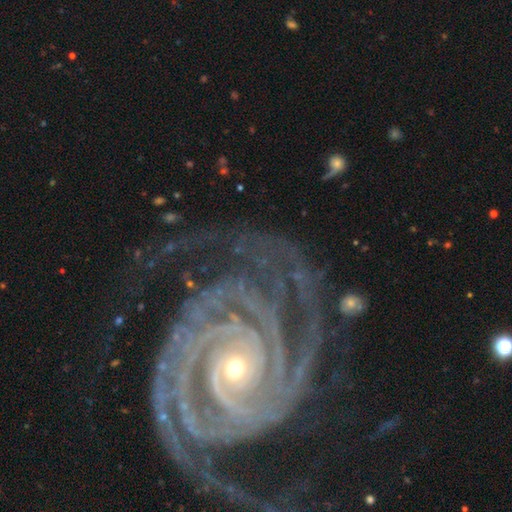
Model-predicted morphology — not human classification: Smooth or featured?
  - featured or disk: 92% *
  - star or artifact: 6%
  - smooth: 2%
Edge-on disk?
  - no: 97% *
  - yes: 3%
Bar?
  - no: 70% *
  - weak: 16%
  - strong: 14%
Spiral arms?
  - yes: 99% *
  - no: 1%
Spiral winding?
  - tight: 82% *
  - medium: 15%
  - loose: 3%
Spiral arm count?
  - 2: 26% *
  - 3: 21%
  - 4: 17%
  - can't tell: 15%
  - more than 4: 12%
  - 1: 9%
Bulge size?
  - small: 65% *
  - moderate: 31%
  - large: 2%
  - none: 1%
  - dominant: 1%
Merging?
  - none: 67% *
  - minor disturbance: 17%
  - major disturbance: 13%
  - merger: 3%